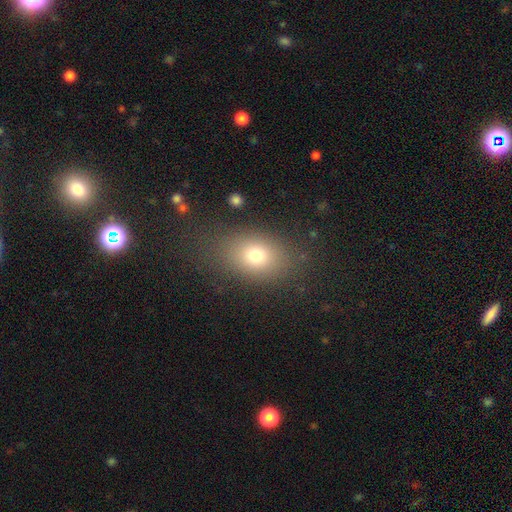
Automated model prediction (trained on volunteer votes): Smooth or featured? smooth (73%)
How rounded? in between (69%)
Merging? none (77%)